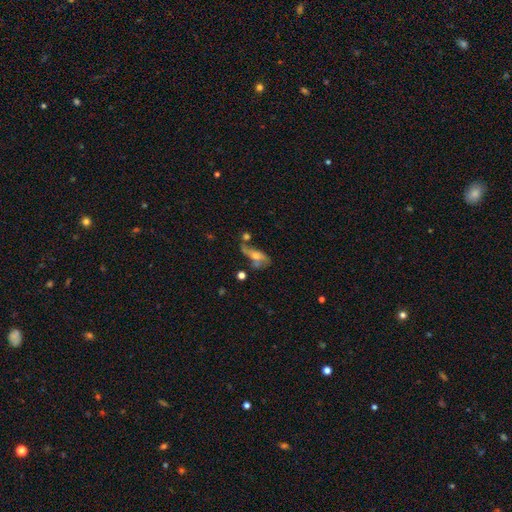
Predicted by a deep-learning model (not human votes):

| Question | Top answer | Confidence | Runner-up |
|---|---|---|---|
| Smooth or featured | featured or disk | 58% | smooth (29%) |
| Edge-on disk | no | 81% | yes (19%) |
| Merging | none | 38% | major disturbance (23%) |